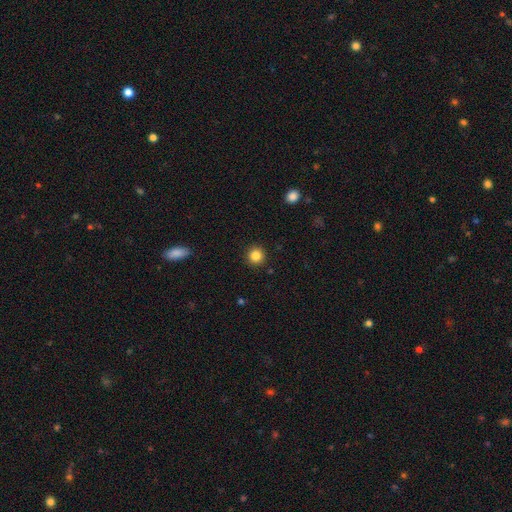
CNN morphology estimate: The model was most divided on "smooth or featured": smooth: 85%, star or artifact: 11%, featured or disk: 4%. More confident: how rounded — round (95%); merging — none (92%).